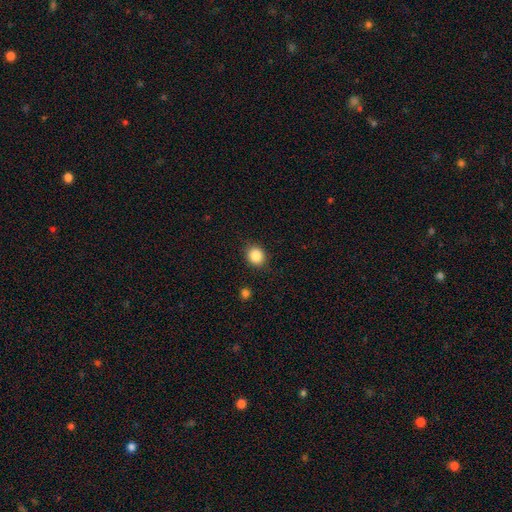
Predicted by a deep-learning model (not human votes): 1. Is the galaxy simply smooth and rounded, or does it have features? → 86% smooth, 10% star or artifact, 4% featured or disk.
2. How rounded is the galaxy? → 74% round, 25% in between, 1% cigar-shaped.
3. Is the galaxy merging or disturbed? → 88% none, 8% minor disturbance, 2% major disturbance, 1% merger.